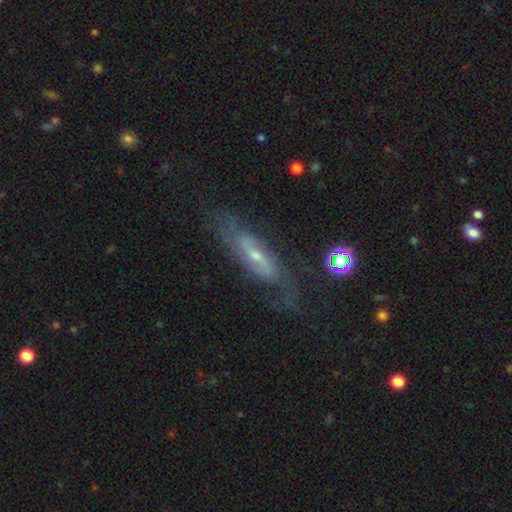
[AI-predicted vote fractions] A featured or disk galaxy (71%). Merging: none (65%).